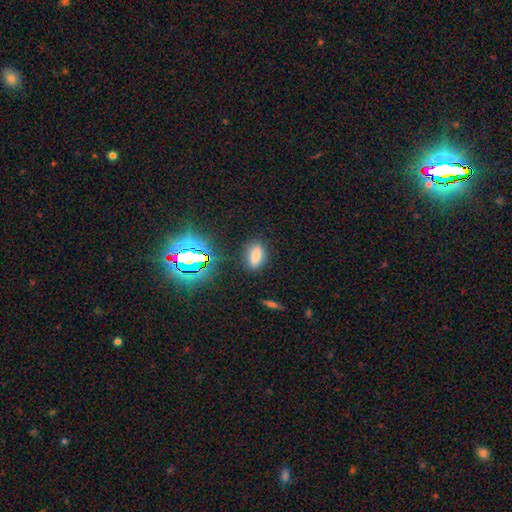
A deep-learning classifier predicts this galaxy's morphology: type=smooth (73%); roundness=in between (84%); merging=none (85%).